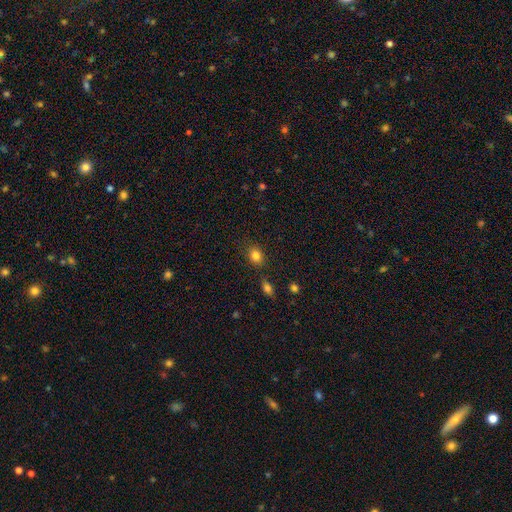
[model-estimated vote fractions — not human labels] smooth_or_featured: smooth (p=0.83) [alt: star or artifact p=0.11]
how_rounded: round (p=0.54) [alt: in between p=0.45]
merging: none (p=0.80) [alt: minor disturbance p=0.12]